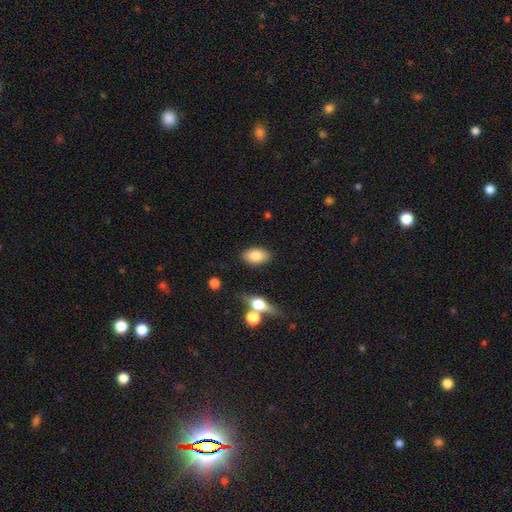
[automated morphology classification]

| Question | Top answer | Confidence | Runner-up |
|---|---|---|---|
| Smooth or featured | smooth | 79% | featured or disk (13%) |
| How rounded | in between | 91% | round (6%) |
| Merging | none | 84% | minor disturbance (10%) |